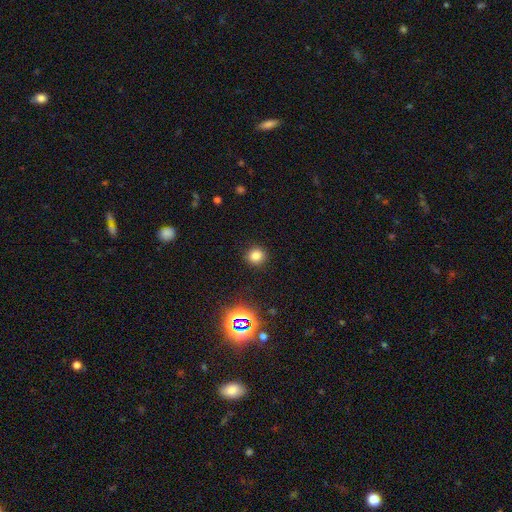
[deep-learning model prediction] Smooth or featured?
  - smooth: 77% *
  - star or artifact: 18%
  - featured or disk: 5%
How rounded?
  - round: 88% *
  - in between: 11%
  - cigar-shaped: 1%
Merging?
  - none: 89% *
  - minor disturbance: 7%
  - major disturbance: 3%
  - merger: 1%